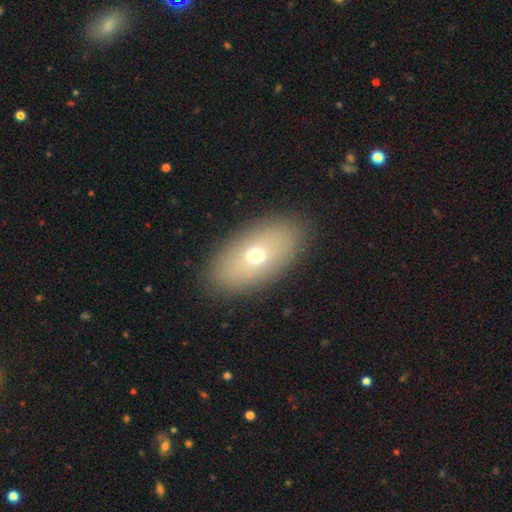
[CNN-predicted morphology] Smooth or featured? Predicted: smooth (p=0.64). How rounded? Predicted: in between (p=0.89). Merging? Predicted: none (p=0.87).